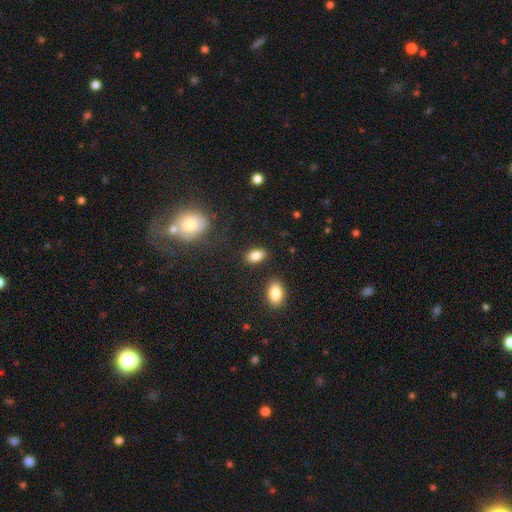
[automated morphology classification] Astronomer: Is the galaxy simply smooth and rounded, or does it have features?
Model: smooth — 86%.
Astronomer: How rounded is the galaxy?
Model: in between — 91%.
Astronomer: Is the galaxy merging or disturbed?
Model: none — 84%.